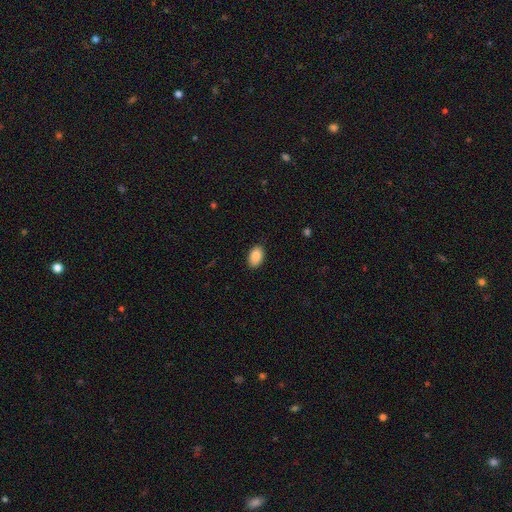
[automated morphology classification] This appears to be a smooth galaxy with no disk features (85%) that is in between round and cigar-shaped (90%). Merging: none (88%).